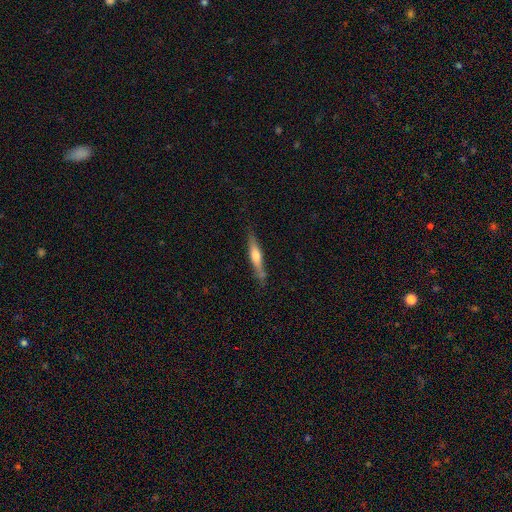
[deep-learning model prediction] Overall: featured or disk (49%; smooth 45%). Merging: none (74%).